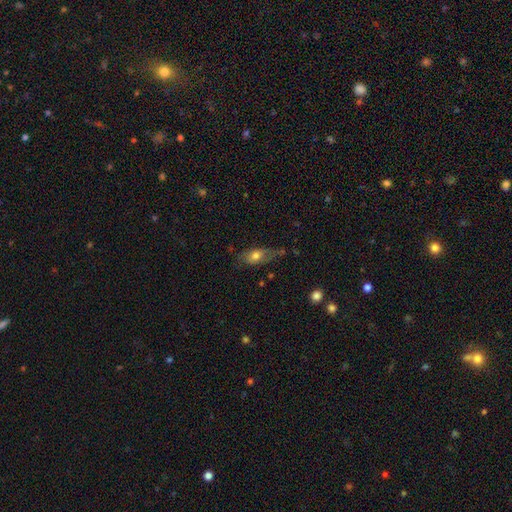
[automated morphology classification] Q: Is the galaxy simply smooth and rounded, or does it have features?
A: smooth — 65%.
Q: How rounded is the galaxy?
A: in between — 78%.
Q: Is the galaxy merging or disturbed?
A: none — 49%.